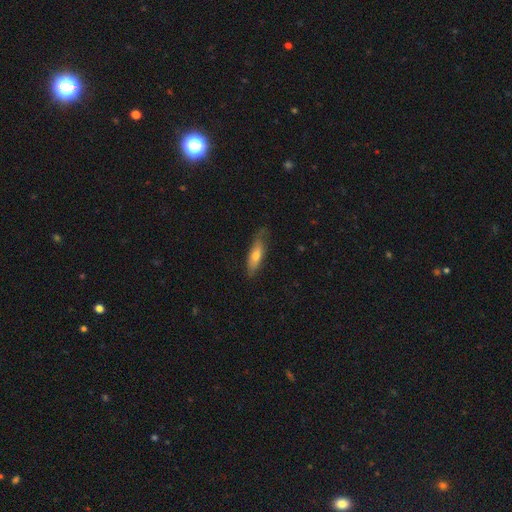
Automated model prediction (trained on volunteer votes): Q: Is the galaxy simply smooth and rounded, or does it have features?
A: smooth — 63%.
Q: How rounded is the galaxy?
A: cigar-shaped — 56%.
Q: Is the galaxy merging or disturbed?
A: none — 65%.